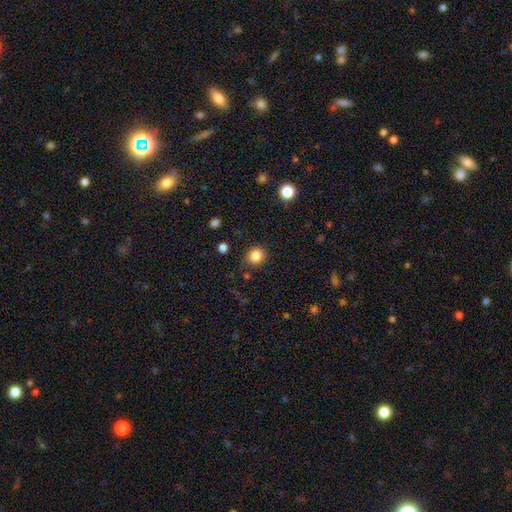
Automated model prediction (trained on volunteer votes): Smooth or featured? smooth (83%)
How rounded? round (80%)
Merging? none (85%)